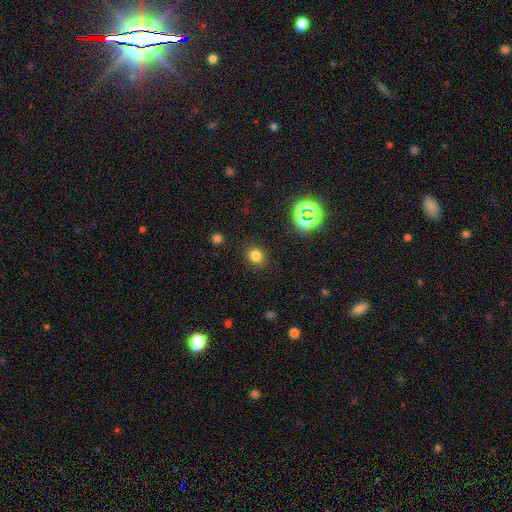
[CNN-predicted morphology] This is likely a smooth galaxy (78%). How rounded: likely round (73%). Merging: clearly none (88%).